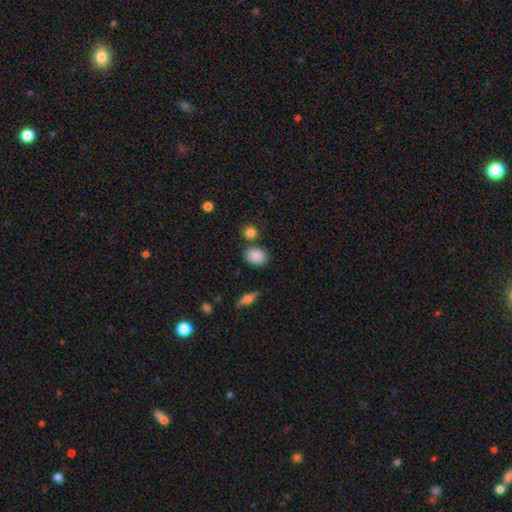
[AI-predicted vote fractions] Smooth or featured: smooth — 87% (star or artifact — 8%)
How rounded: in between — 61% (round — 38%)
Merging: none — 77% (minor disturbance — 12%)